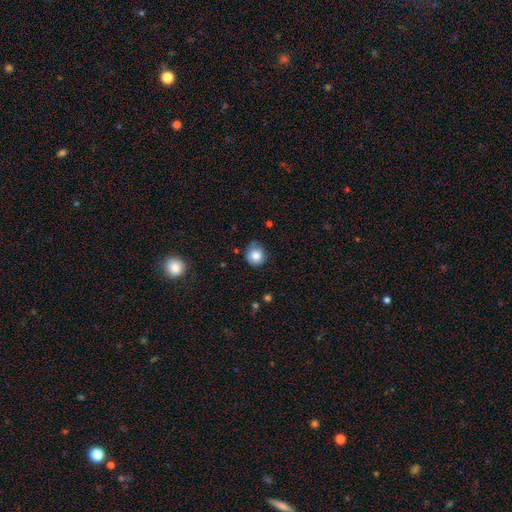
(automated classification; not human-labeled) This appears to be a smooth galaxy with no disk features (82%) that is round (84%). Merging: none (69%).